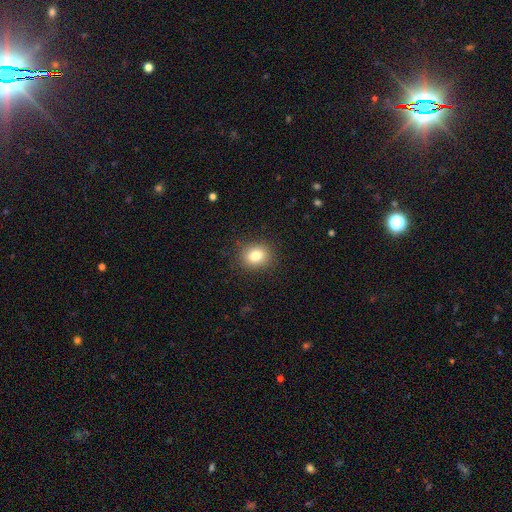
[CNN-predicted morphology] smooth-or-featured: smooth: 82% | star or artifact: 10% | featured or disk: 8%
  how-rounded: round: 56% | in between: 43% | cigar-shaped: 1%
  merging: none: 86% | minor disturbance: 10% | major disturbance: 3% | merger: 1%